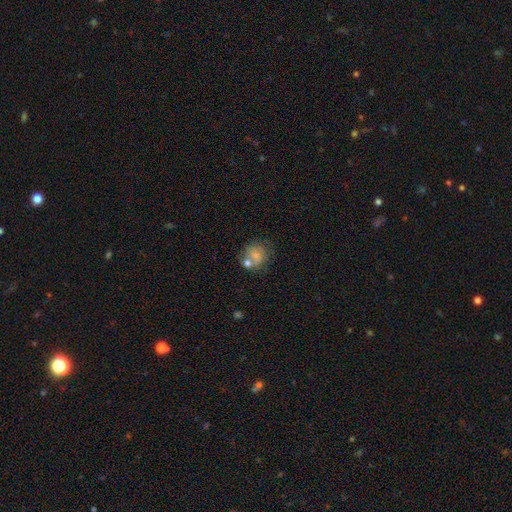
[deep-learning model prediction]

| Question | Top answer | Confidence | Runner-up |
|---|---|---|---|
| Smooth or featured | smooth | 65% | featured or disk (26%) |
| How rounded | round | 78% | in between (21%) |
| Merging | none | 48% | merger (26%) |